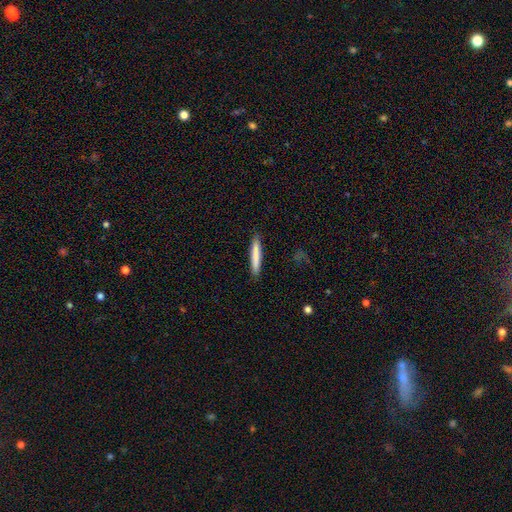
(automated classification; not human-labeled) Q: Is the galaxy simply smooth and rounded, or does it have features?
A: smooth — 80%.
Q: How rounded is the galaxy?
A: cigar-shaped — 94%.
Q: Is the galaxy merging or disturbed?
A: none — 90%.